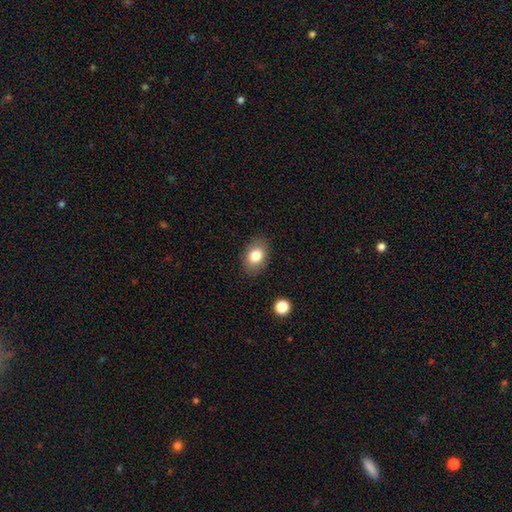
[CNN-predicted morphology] type=smooth (81%); roundness=in between (78%); merging=none (85%).